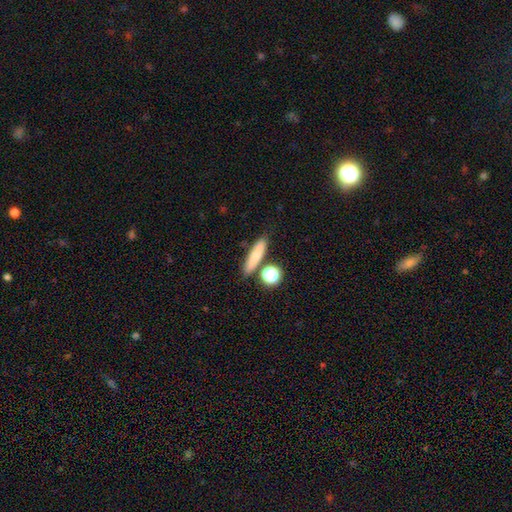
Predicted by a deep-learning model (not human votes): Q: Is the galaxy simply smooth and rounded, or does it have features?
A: smooth — 73%.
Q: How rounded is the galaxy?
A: cigar-shaped — 62%.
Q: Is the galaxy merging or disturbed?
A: none — 75%.